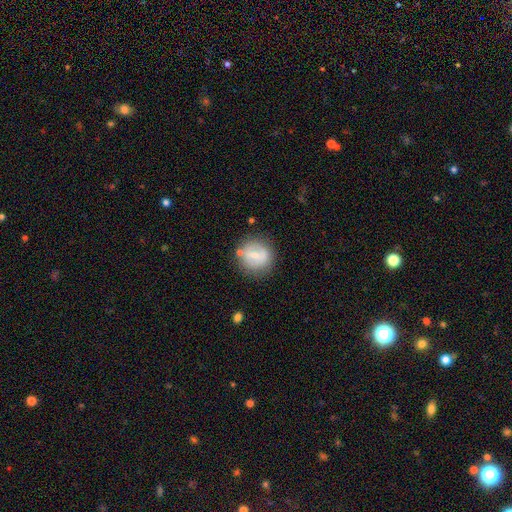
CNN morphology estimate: smooth-or-featured: smooth: 53% | featured or disk: 39% | star or artifact: 8%
  how-rounded: round: 87% | in between: 12% | cigar-shaped: 1%
  merging: none: 73% | minor disturbance: 15% | major disturbance: 6% | merger: 6%